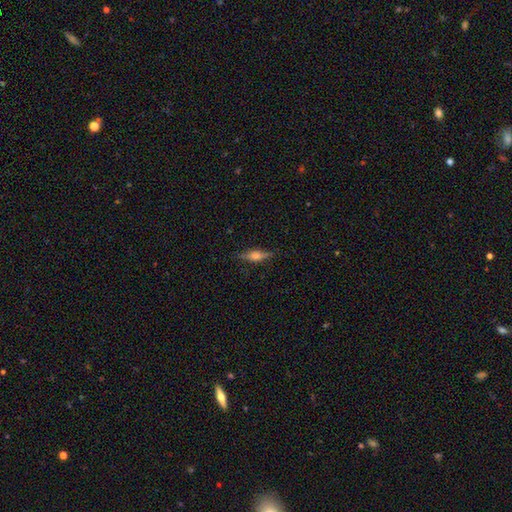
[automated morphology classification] smooth_or_featured: featured or disk (p=0.60) [alt: smooth p=0.32]
disk_edge_on: yes (p=0.95) [alt: no p=0.05]
edge_on_bulge: rounded (p=0.90) [alt: boxy p=0.08]
merging: none (p=0.85) [alt: minor disturbance p=0.11]